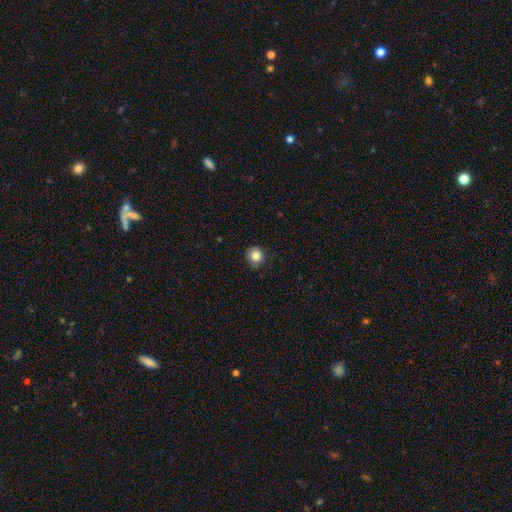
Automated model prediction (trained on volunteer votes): Morphology: type=smooth (83%); roundness=round (92%); merging=none (86%).